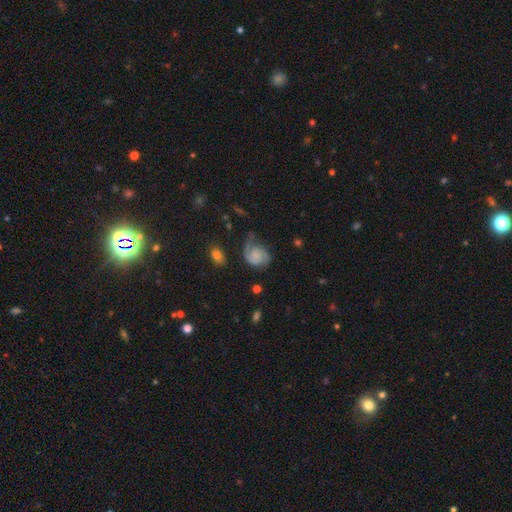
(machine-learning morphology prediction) Smooth or featured? Predicted: featured or disk (p=0.75). Edge-on disk? Predicted: no (p=0.98). Bar? Predicted: no (p=0.66). Spiral arms? Predicted: yes (p=0.95). Spiral winding? Predicted: tight (p=0.42, tied with medium). Spiral arm count? Predicted: 2 (p=0.75). Bulge size? Predicted: small (p=0.43). Merging? Predicted: none (p=0.53).